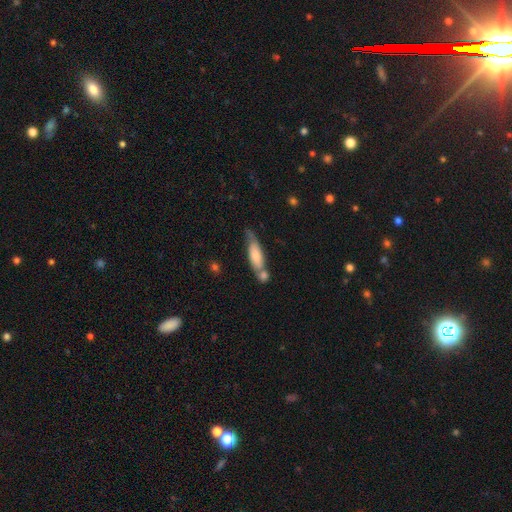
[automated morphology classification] Q: Smooth or featured?
A: smooth (65%); runner-up: featured or disk (29%)
Q: How rounded?
A: cigar-shaped (58%); runner-up: in between (40%)
Q: Merging?
A: none (38%); tied with: merger (38%)